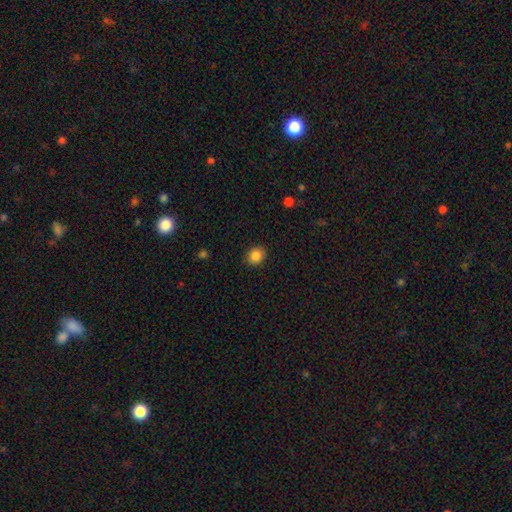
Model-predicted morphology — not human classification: A smooth galaxy with no disk features (87%) that is round (63%).

Vote fractions:
- Smooth or featured? smooth: 87% / star or artifact: 10% / featured or disk: 4%
- How rounded? round: 63% / in between: 37% / cigar-shaped: 1%
- Merging? none: 89% / minor disturbance: 7% / major disturbance: 2% / merger: 1%